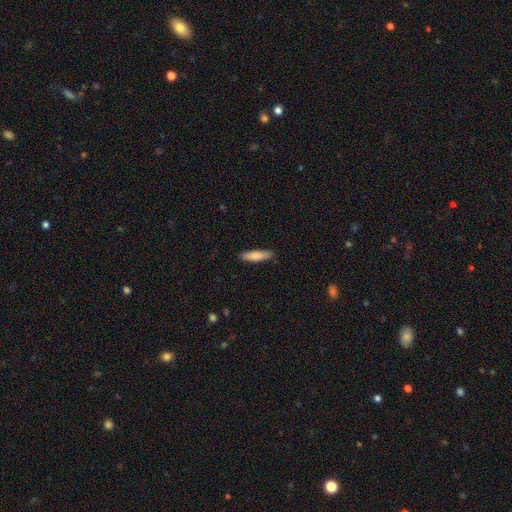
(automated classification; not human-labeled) A smooth galaxy with no disk features (80%) that is cigar-shaped (72%). Merging: none (88%).